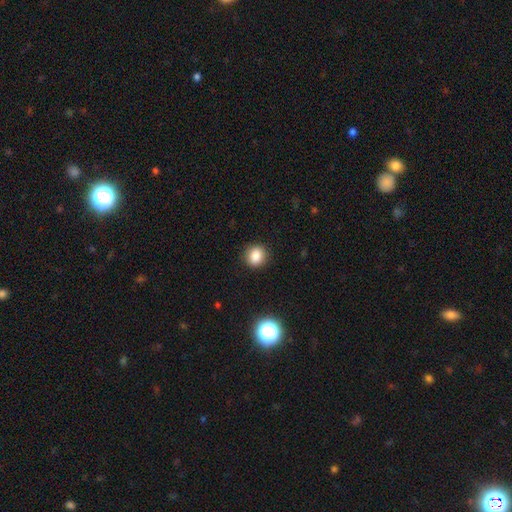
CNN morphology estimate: This is clearly a smooth galaxy (84%). How rounded: clearly round (81%). Merging: clearly none (90%).